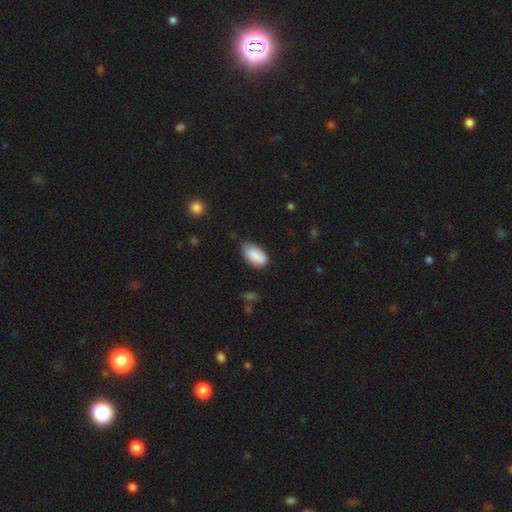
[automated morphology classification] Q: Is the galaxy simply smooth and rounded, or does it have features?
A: smooth — 86%.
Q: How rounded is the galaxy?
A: in between — 94%.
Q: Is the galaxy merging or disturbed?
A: none — 64%.